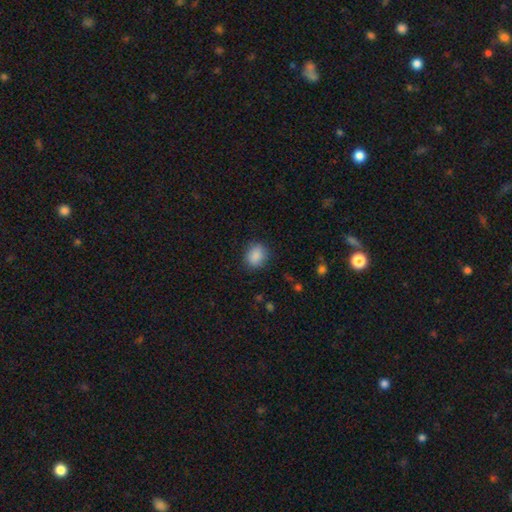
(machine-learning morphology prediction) Q: Smooth or featured?
A: smooth (87%); runner-up: star or artifact (8%)
Q: How rounded?
A: round (62%); runner-up: in between (37%)
Q: Merging?
A: none (84%); runner-up: minor disturbance (12%)